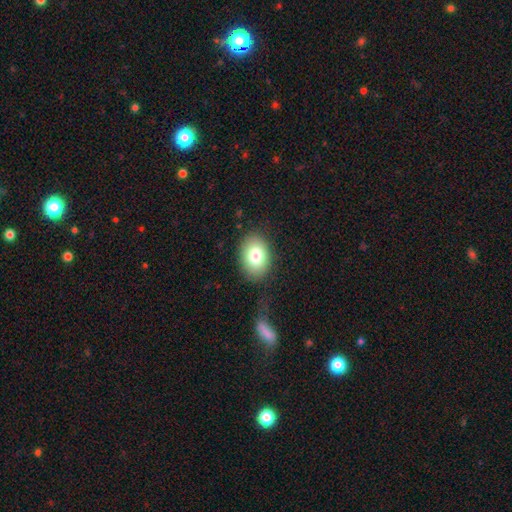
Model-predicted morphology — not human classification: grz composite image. It shows a smooth galaxy with no disk features (81%) that is in between round and cigar-shaped (74%). Merging: none (83%).